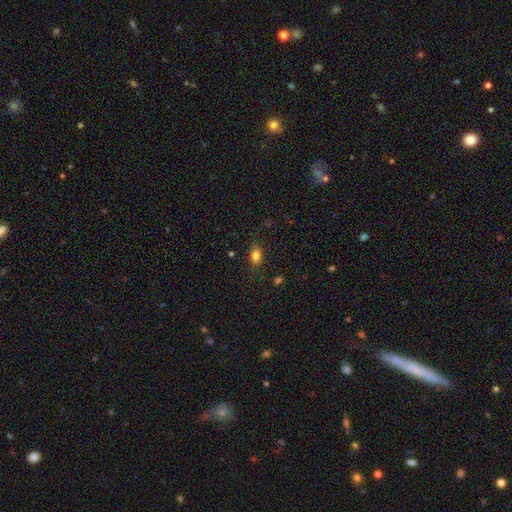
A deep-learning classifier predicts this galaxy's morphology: Smooth or featured? smooth (83%)
How rounded? in between (75%)
Merging? none (83%)